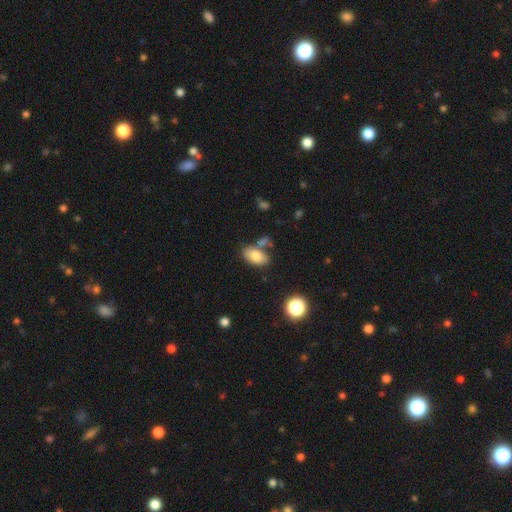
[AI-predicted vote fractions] smooth-or-featured: smooth: 79% | featured or disk: 12% | star or artifact: 9%
  how-rounded: in between: 92% | round: 6% | cigar-shaped: 2%
  merging: none: 62% | merger: 19% | minor disturbance: 15% | major disturbance: 5%